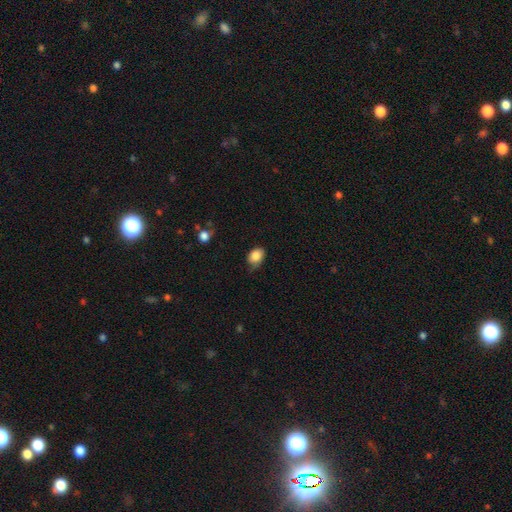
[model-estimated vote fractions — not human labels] Overall: smooth (85%). How rounded: in between (69%; round 30%). Merging: none (51%; minor disturbance 38%).